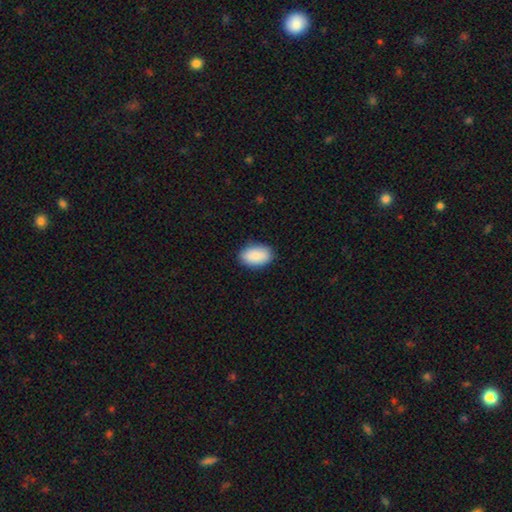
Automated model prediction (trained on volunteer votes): smooth_or_featured: smooth (p=0.91) [alt: star or artifact p=0.06]
how_rounded: in between (p=0.91) [alt: round p=0.07]
merging: none (p=0.87) [alt: minor disturbance p=0.10]